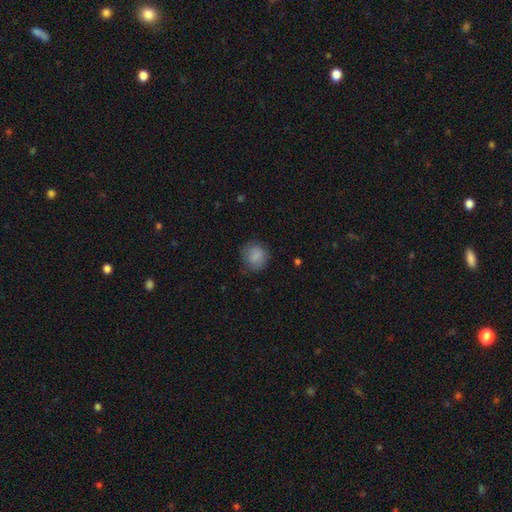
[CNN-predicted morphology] A smooth galaxy with no disk features (85%) that is round (83%).

Vote fractions:
- Smooth or featured? smooth: 85% / star or artifact: 8% / featured or disk: 6%
- How rounded? round: 83% / in between: 16% / cigar-shaped: 1%
- Merging? none: 78% / minor disturbance: 16% / major disturbance: 5% / merger: 1%